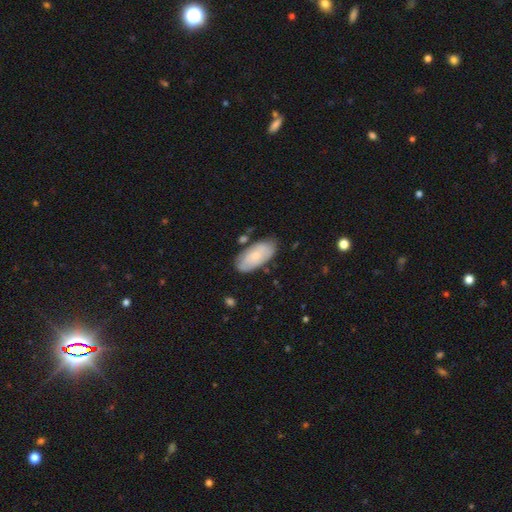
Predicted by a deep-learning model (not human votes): Smooth or featured? Predicted: smooth (p=0.66). How rounded? Predicted: in between (p=0.92). Merging? Predicted: none (p=0.76).